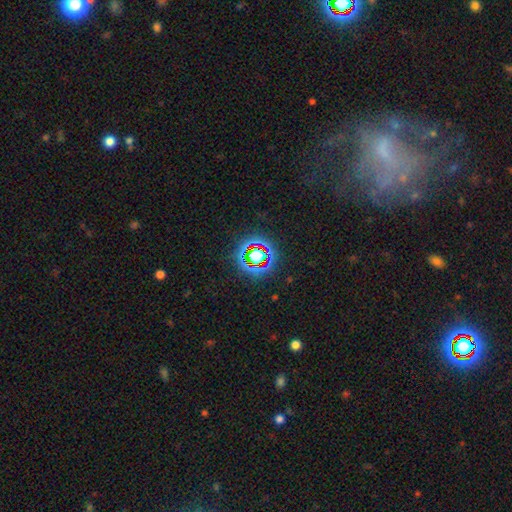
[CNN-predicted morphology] Smooth or featured: star or artifact — 67% (smooth — 22%)